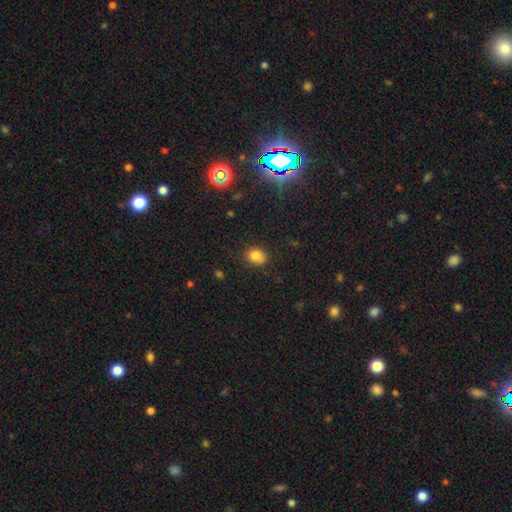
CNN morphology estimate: Overall: smooth (81%). How rounded: round (56%; in between 43%). Merging: none (74%).